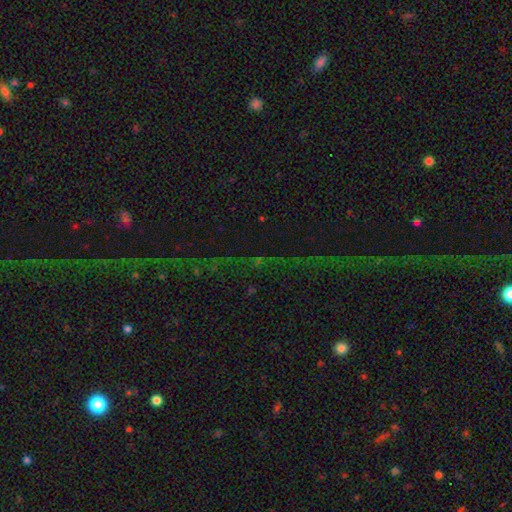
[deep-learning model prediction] Q: Smooth or featured?
A: star or artifact (77%); runner-up: featured or disk (12%)